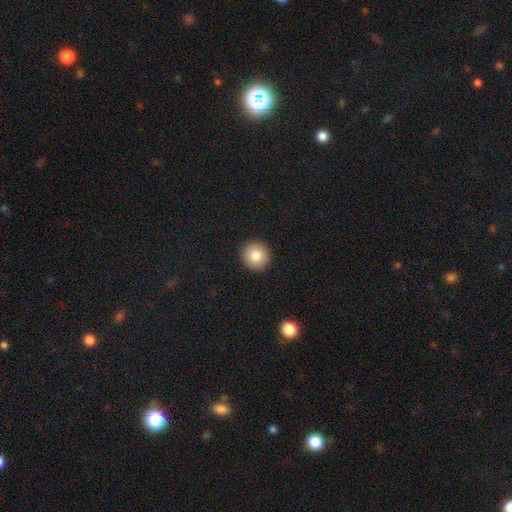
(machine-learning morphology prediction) Q: Smooth or featured?
A: smooth (84%); runner-up: star or artifact (9%)
Q: How rounded?
A: round (95%); runner-up: in between (4%)
Q: Merging?
A: none (93%); runner-up: minor disturbance (5%)